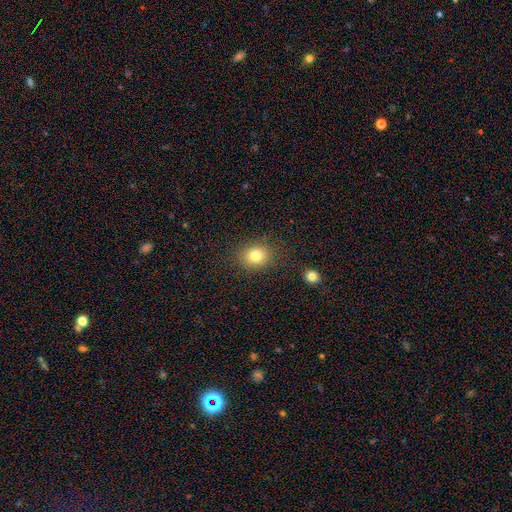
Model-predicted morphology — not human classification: Smooth or featured?
  - smooth: 80% *
  - star or artifact: 12%
  - featured or disk: 9%
How rounded?
  - round: 60% *
  - in between: 39%
  - cigar-shaped: 1%
Merging?
  - none: 85% *
  - minor disturbance: 10%
  - major disturbance: 4%
  - merger: 2%